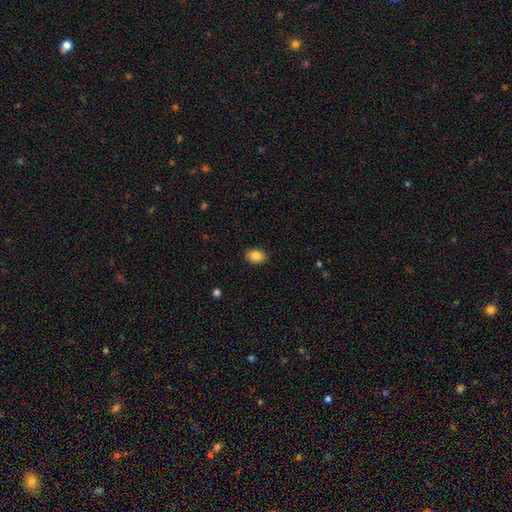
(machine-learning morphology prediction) This is clearly a smooth galaxy (86%). How rounded: likely in between (78%). Merging: clearly none (89%).